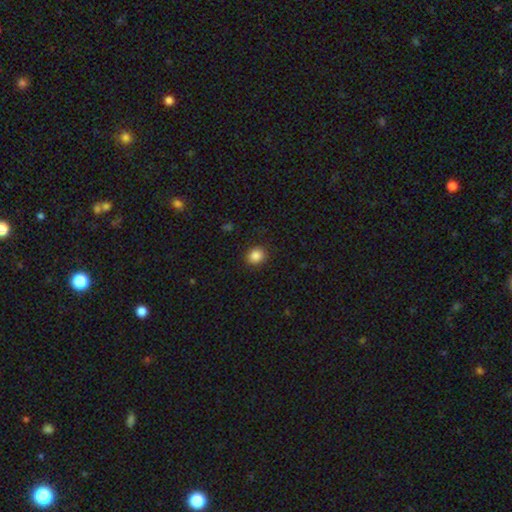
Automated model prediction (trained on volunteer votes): Overall: smooth (86%). How rounded: round (78%). Merging: none (90%).